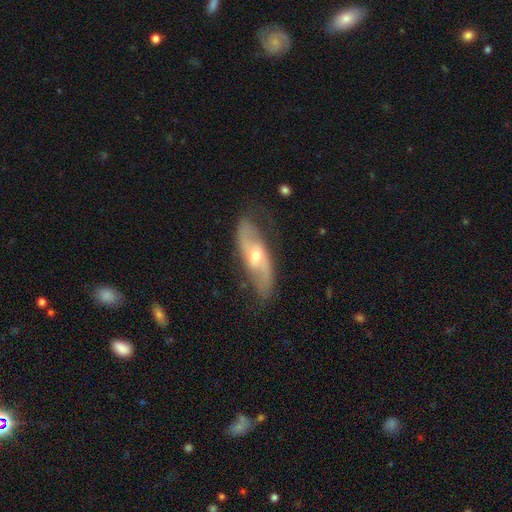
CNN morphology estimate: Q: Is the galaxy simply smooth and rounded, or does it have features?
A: featured or disk — 77%.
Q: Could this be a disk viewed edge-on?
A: no — 82%.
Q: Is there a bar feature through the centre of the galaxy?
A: no — 52%.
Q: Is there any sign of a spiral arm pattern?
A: yes — 87%.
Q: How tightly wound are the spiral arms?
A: loose — 58%.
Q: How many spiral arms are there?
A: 2 — 87%.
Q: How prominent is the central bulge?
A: moderate — 59%.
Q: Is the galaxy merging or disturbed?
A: none — 73%.